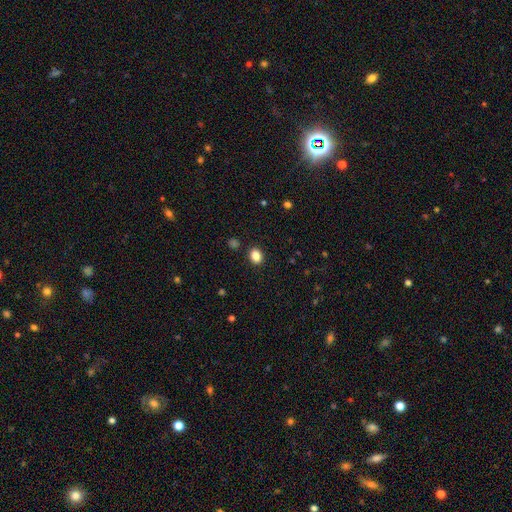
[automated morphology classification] A smooth galaxy with no disk features (86%) that is in between round and cigar-shaped (56%).

Vote fractions:
- Smooth or featured? smooth: 86% / star or artifact: 10% / featured or disk: 4%
- How rounded? in between: 56% / round: 43% / cigar-shaped: 1%
- Merging? none: 89% / minor disturbance: 7% / major disturbance: 2% / merger: 2%